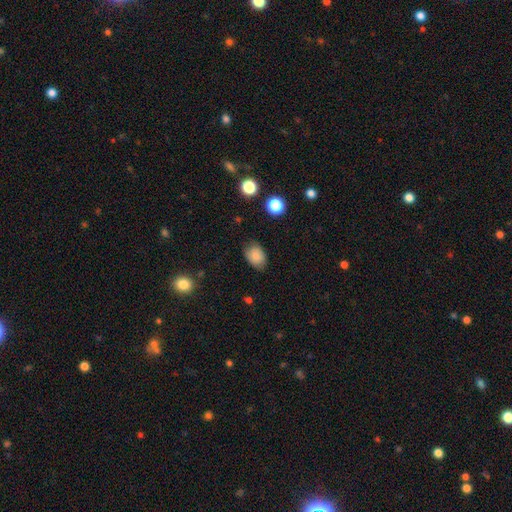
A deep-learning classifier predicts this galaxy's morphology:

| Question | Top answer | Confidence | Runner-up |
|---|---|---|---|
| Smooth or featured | smooth | 83% | star or artifact (9%) |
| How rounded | in between | 74% | round (25%) |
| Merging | none | 76% | minor disturbance (18%) |